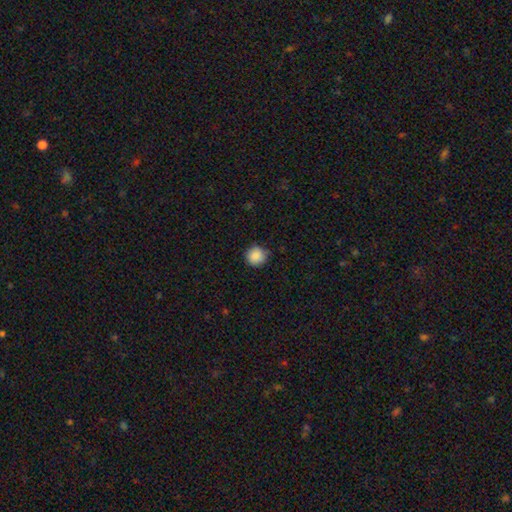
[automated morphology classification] smooth_or_featured: smooth (p=0.88) [alt: star or artifact p=0.09]
how_rounded: round (p=0.94) [alt: in between p=0.05]
merging: none (p=0.83) [alt: minor disturbance p=0.13]